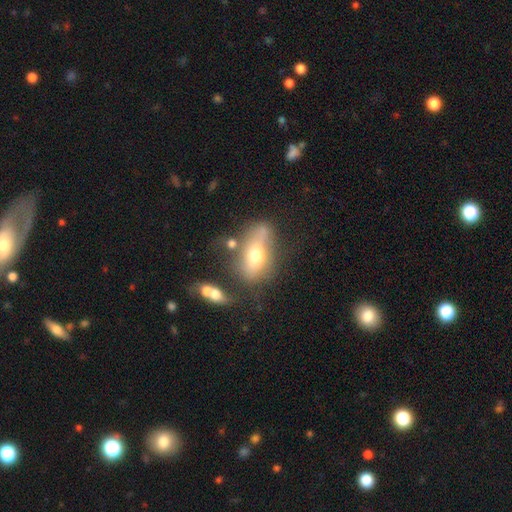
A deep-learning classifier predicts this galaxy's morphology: This appears to be a smooth galaxy with no disk features (54%) that is in between round and cigar-shaped (77%). Merging: none (44%).